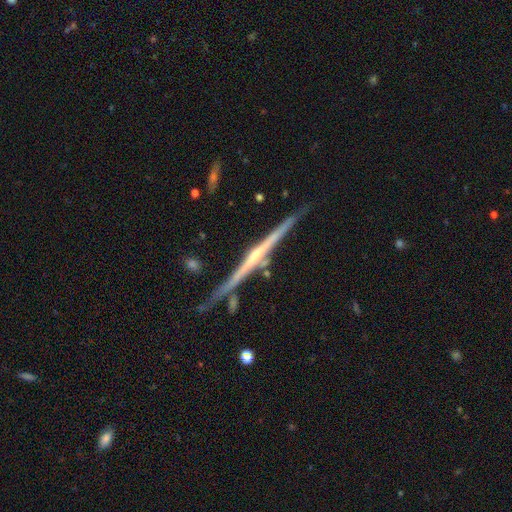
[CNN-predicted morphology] Smooth or featured? featured or disk (85%)
Edge-on disk? yes (98%)
Edge-on bulge? rounded (63%)
Merging? none (84%)